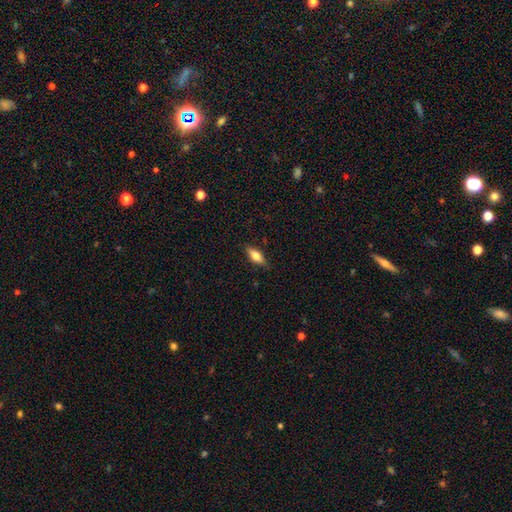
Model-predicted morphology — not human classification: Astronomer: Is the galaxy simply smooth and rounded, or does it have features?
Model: smooth — 67%.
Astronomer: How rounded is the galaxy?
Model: in between — 72%.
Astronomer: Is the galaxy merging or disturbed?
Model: none — 83%.